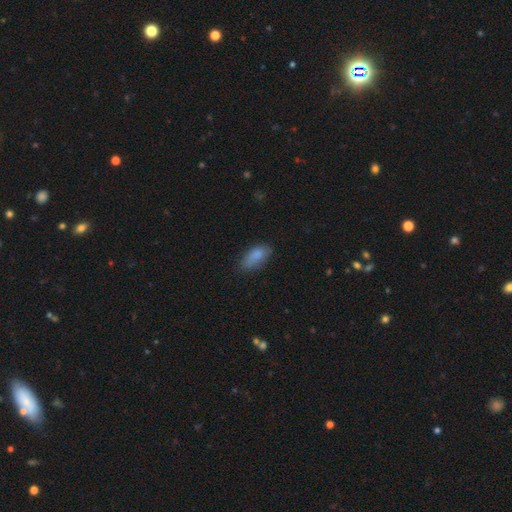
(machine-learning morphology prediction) Smooth or featured: smooth — 85% (star or artifact — 8%)
How rounded: in between — 86% (cigar-shaped — 11%)
Merging: none — 68% (minor disturbance — 24%)